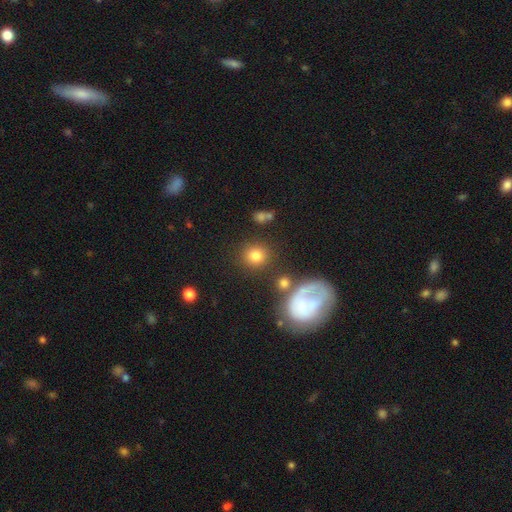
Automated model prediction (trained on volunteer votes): A smooth galaxy with no disk features (79%) that is round (87%).

Vote fractions:
- Smooth or featured? smooth: 79% / star or artifact: 11% / featured or disk: 10%
- How rounded? round: 87% / in between: 12% / cigar-shaped: 1%
- Merging? none: 81% / minor disturbance: 9% / merger: 6% / major disturbance: 5%